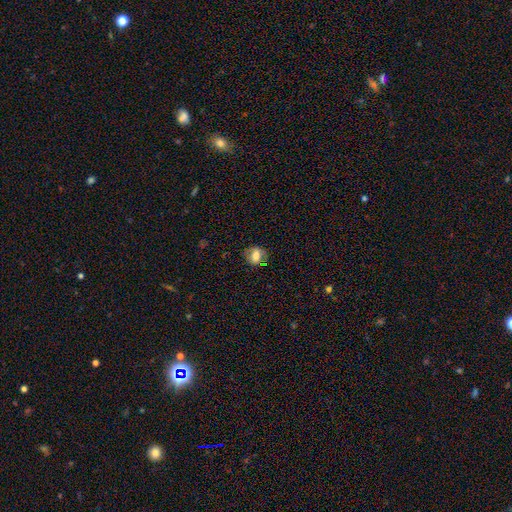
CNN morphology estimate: This is likely a smooth galaxy (68%). How rounded: possibly round (51%). Merging: likely none (75%).